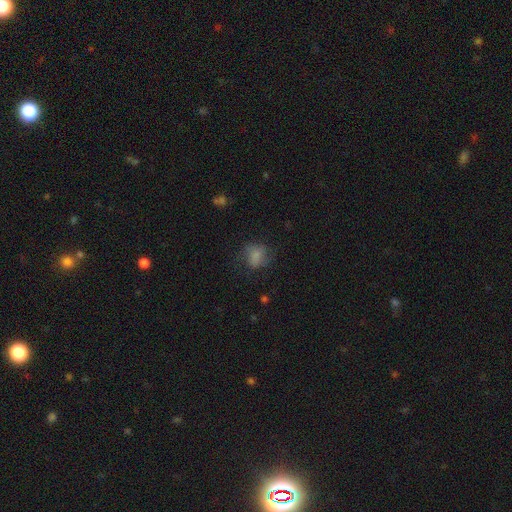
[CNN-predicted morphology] This appears to be a smooth galaxy with no disk features (64%) that is round (62%). Merging: none (57%).